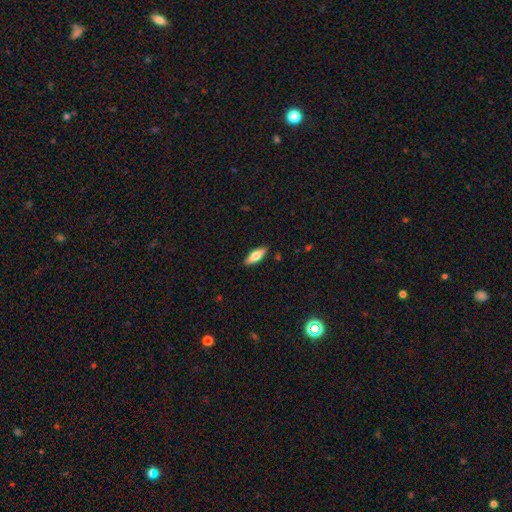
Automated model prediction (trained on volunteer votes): A smooth galaxy with no disk features (72%) that is in between round and cigar-shaped (65%). Merging: none (89%).